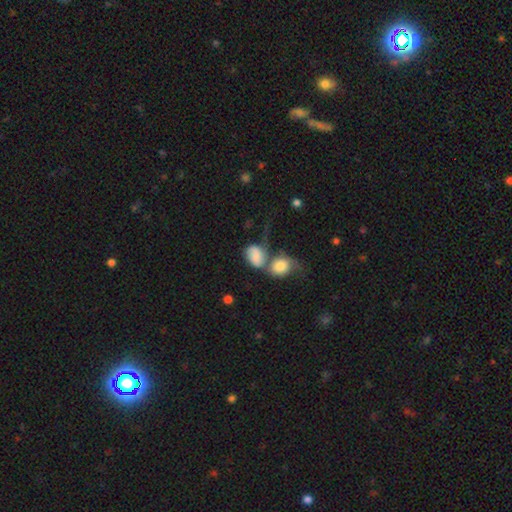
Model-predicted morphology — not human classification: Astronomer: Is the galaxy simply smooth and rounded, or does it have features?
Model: smooth — 65%.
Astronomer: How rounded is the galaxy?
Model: in between — 67%.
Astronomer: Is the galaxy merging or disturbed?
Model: merger — 58%.